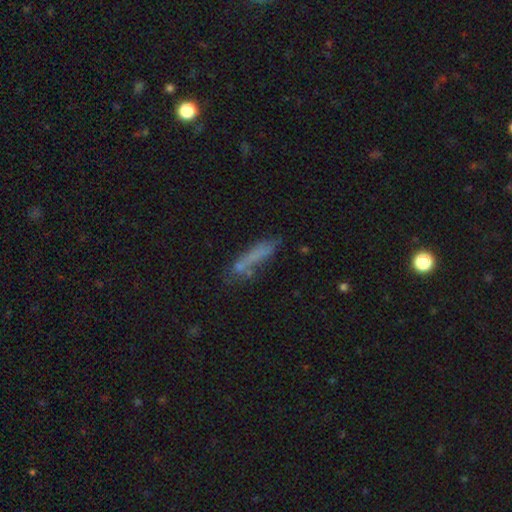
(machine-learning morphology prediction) type=smooth (65%); roundness=cigar-shaped (83%); merging=none (59%).